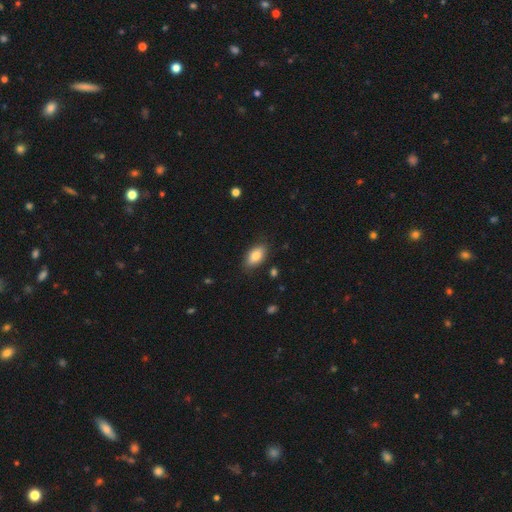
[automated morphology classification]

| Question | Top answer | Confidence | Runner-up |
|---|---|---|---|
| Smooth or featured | smooth | 82% | featured or disk (11%) |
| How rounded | in between | 91% | round (5%) |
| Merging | none | 84% | minor disturbance (12%) |